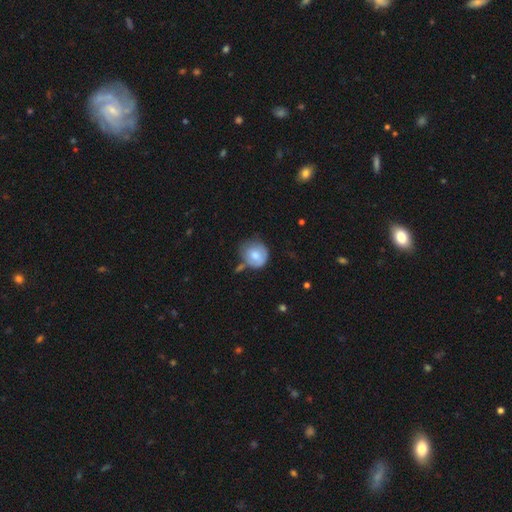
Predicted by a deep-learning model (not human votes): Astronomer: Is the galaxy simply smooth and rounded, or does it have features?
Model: smooth — 72%.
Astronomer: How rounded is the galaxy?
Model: round — 79%.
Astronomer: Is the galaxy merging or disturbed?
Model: none — 50% (runner-up: minor disturbance, 31%).